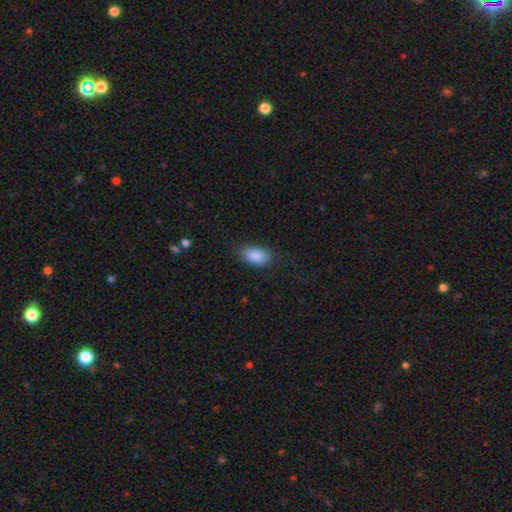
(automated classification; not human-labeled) Overall: smooth (88%). How rounded: in between (93%). Merging: none (72%).